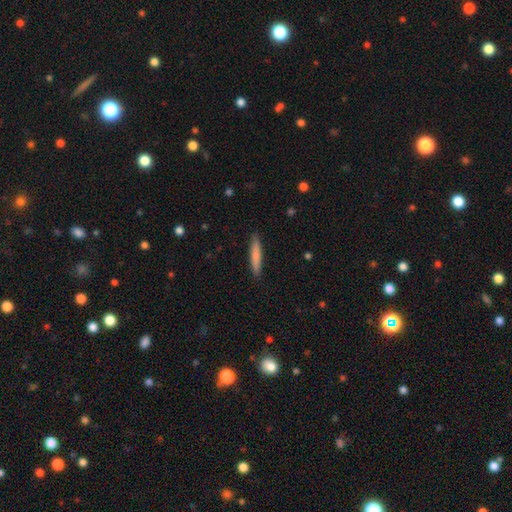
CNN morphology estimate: Smooth or featured: smooth — 79% (featured or disk — 15%)
How rounded: cigar-shaped — 92% (in between — 6%)
Merging: none — 89% (minor disturbance — 8%)